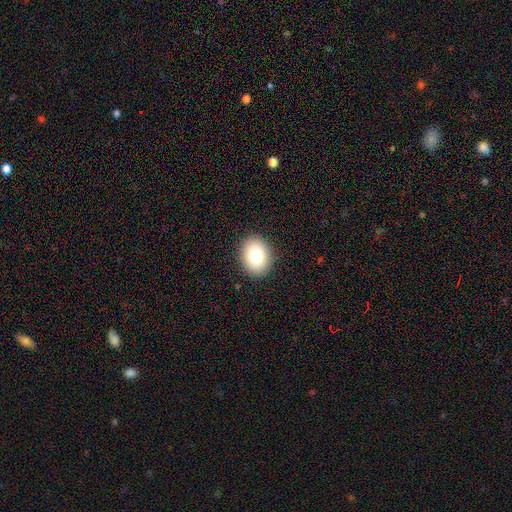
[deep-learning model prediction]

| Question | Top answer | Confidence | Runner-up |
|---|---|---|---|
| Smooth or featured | smooth | 79% | featured or disk (11%) |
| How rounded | in between | 56% | round (43%) |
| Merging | none | 90% | minor disturbance (7%) |